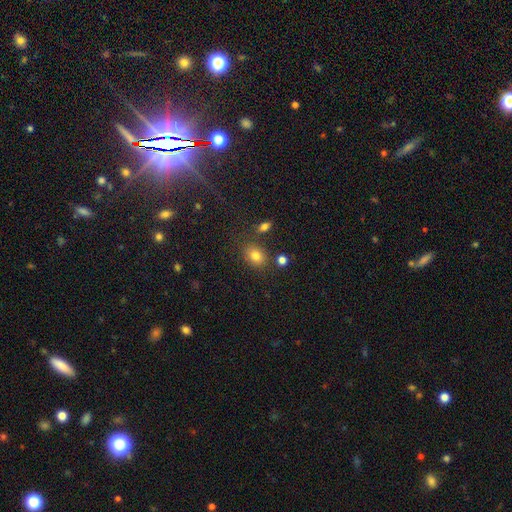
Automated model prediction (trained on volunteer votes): Smooth or featured? Predicted: smooth (p=0.80). How rounded? Predicted: in between (p=0.62). Merging? Predicted: none (p=0.77).